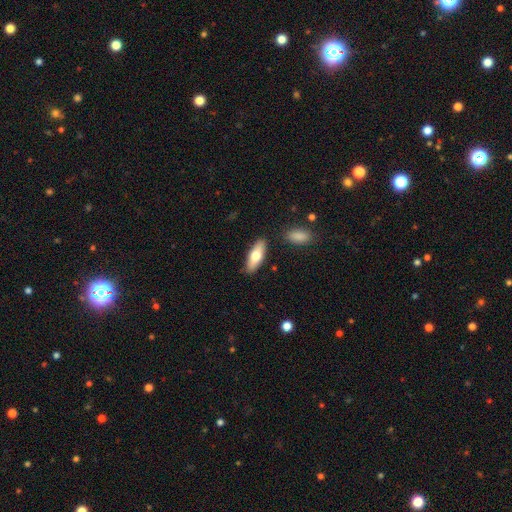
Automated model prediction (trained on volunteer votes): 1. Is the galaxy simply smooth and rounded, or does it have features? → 68% smooth, 26% featured or disk, 6% star or artifact.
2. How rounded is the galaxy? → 63% in between, 35% cigar-shaped, 2% round.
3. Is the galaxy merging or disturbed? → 84% none, 10% minor disturbance, 3% merger, 2% major disturbance.